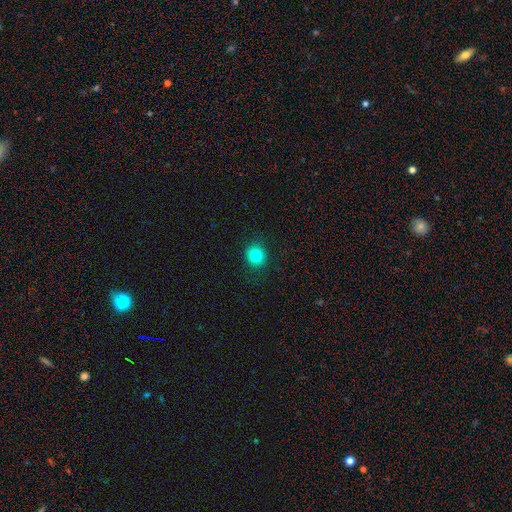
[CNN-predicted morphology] Q: Smooth or featured?
A: smooth (82%); runner-up: star or artifact (12%)
Q: How rounded?
A: round (84%); runner-up: in between (15%)
Q: Merging?
A: none (90%); runner-up: minor disturbance (7%)